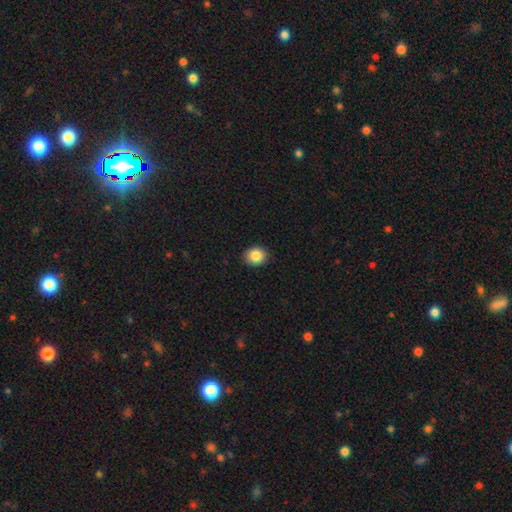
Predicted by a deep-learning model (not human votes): Q: Smooth or featured?
A: smooth (86%); runner-up: star or artifact (9%)
Q: How rounded?
A: round (72%); runner-up: in between (28%)
Q: Merging?
A: none (91%); runner-up: minor disturbance (7%)